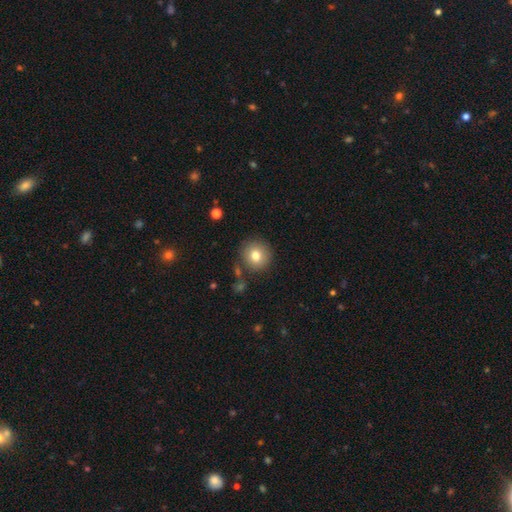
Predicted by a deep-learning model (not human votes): Morphology: type=smooth (79%); roundness=round (92%); merging=none (84%).